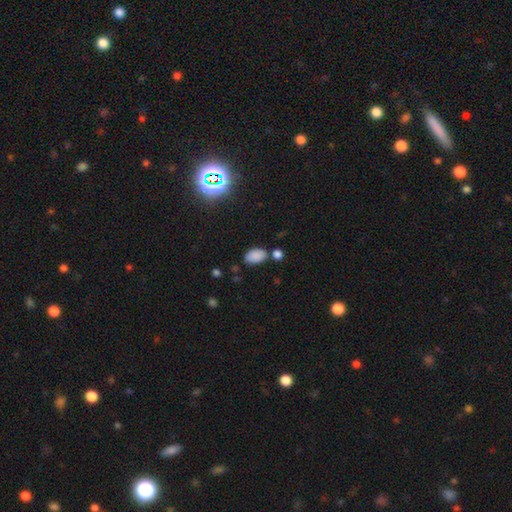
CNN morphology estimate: Smooth or featured? smooth (83%)
How rounded? in between (92%)
Merging? none (71%)